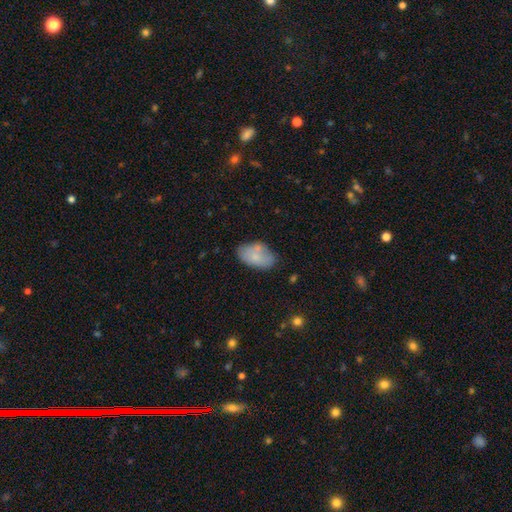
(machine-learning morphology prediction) Smooth or featured? smooth (75%)
How rounded? in between (92%)
Merging? none (59%)